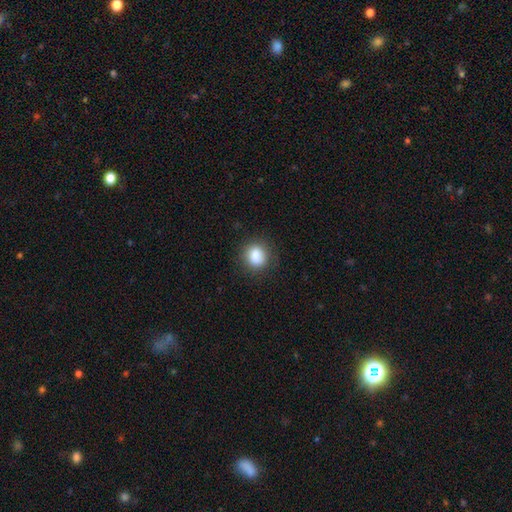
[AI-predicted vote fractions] Smooth or featured?
  - smooth: 86% *
  - star or artifact: 9%
  - featured or disk: 5%
How rounded?
  - round: 72% *
  - in between: 27%
  - cigar-shaped: 1%
Merging?
  - none: 84% *
  - minor disturbance: 12%
  - major disturbance: 3%
  - merger: 1%